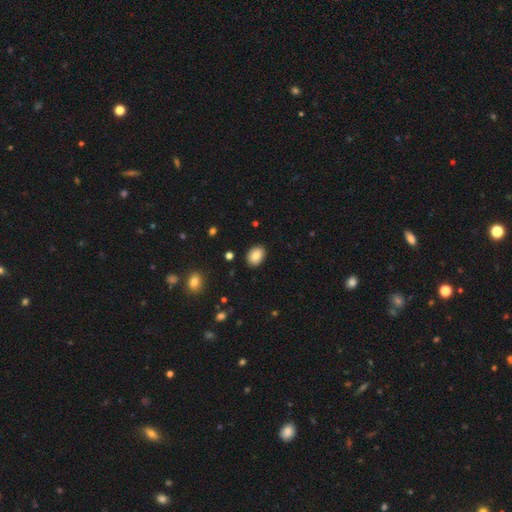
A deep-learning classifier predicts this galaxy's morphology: This is clearly a smooth galaxy (86%). How rounded: likely in between (69%). Merging: clearly none (89%).